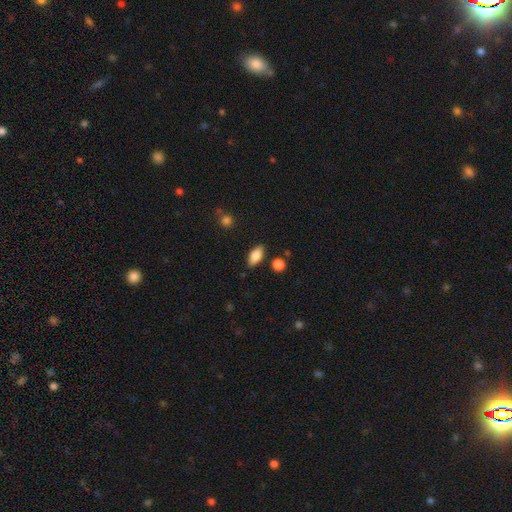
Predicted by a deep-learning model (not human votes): A smooth galaxy with no disk features (79%) that is in between round and cigar-shaped (86%).

Vote fractions:
- Smooth or featured? smooth: 79% / featured or disk: 13% / star or artifact: 7%
- How rounded? in between: 86% / cigar-shaped: 9% / round: 4%
- Merging? none: 84% / minor disturbance: 11% / merger: 3% / major disturbance: 2%